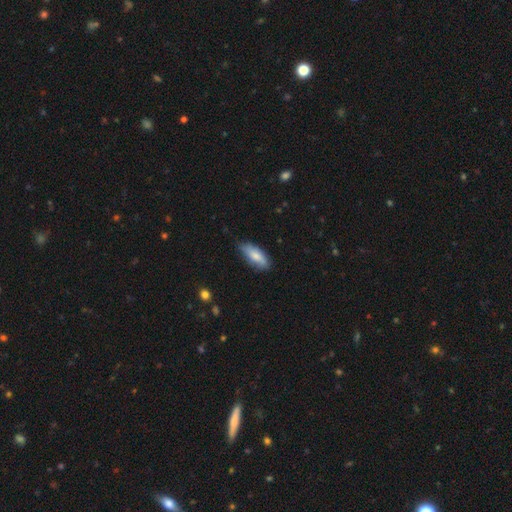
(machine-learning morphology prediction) smooth 78%, featured or disk 16%, star or artifact 6%. Down the decision tree: how rounded — in between (72%); merging — none (73%).